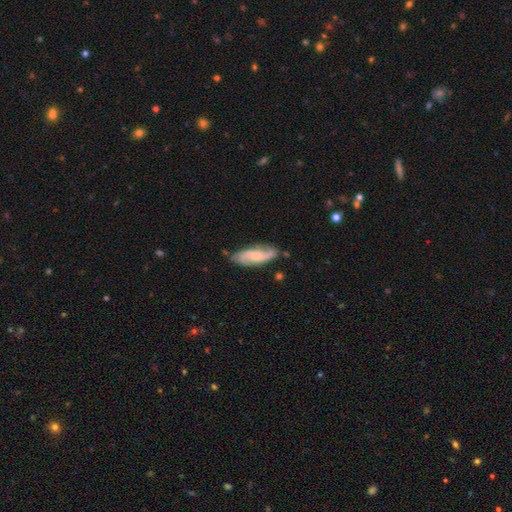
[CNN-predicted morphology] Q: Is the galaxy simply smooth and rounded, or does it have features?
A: featured or disk — 62%.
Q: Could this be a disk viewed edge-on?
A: no — 87%.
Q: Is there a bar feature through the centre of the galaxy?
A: no — 59%.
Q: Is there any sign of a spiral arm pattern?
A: yes — 92%.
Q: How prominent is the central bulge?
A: small — 42%.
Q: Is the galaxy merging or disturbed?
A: none — 73%.